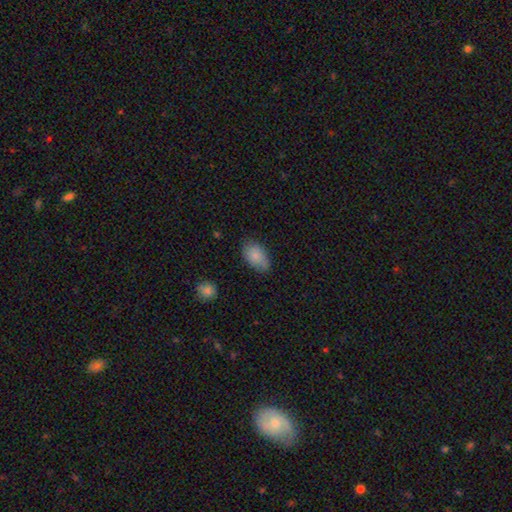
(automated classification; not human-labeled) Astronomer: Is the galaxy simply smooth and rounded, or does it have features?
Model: smooth — 83%.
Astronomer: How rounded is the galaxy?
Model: in between — 92%.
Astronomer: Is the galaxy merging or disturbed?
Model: none — 71%.